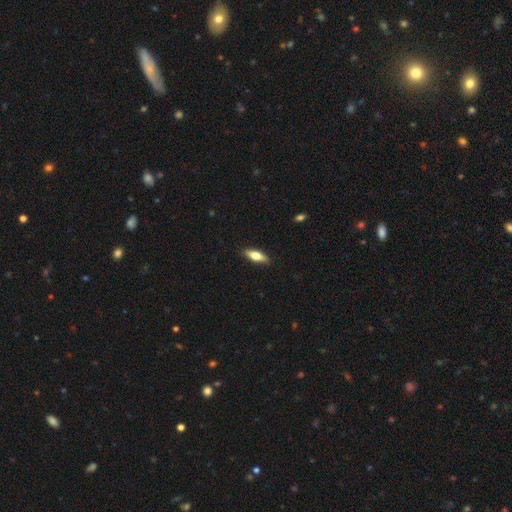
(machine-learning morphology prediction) Smooth or featured: smooth — 61% (featured or disk — 33%)
How rounded: in between — 55% (cigar-shaped — 42%)
Merging: none — 88% (minor disturbance — 9%)